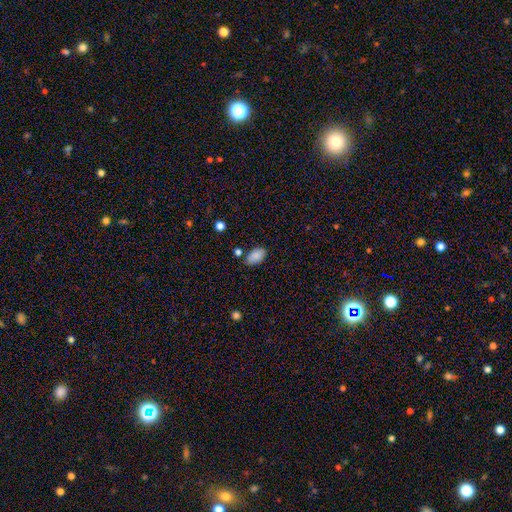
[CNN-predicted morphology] type=smooth (87%); roundness=in between (93%); merging=none (77%).